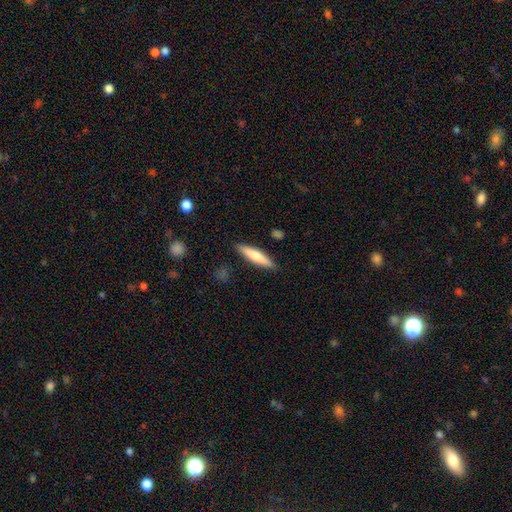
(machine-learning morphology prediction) The model was most divided on "smooth or featured": smooth: 66%, featured or disk: 29%, star or artifact: 5%. More confident: merging — none (88%); how rounded — cigar-shaped (82%).